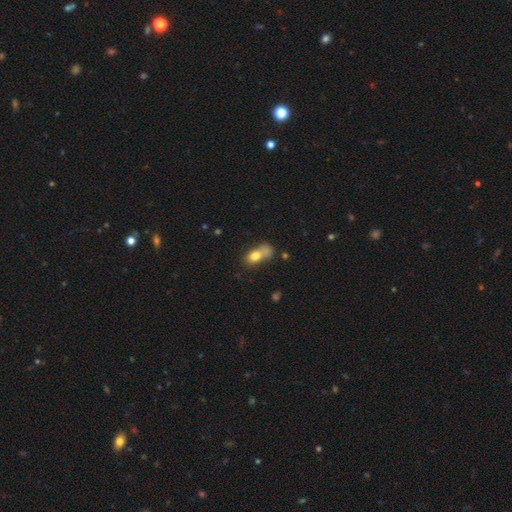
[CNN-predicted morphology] A smooth galaxy with no disk features (75%) that is in between round and cigar-shaped (74%).

Vote fractions:
- Smooth or featured? smooth: 75% / featured or disk: 15% / star or artifact: 10%
- How rounded? in between: 74% / round: 22% / cigar-shaped: 4%
- Merging? merger: 44% / none: 27% / minor disturbance: 16% / major disturbance: 13%